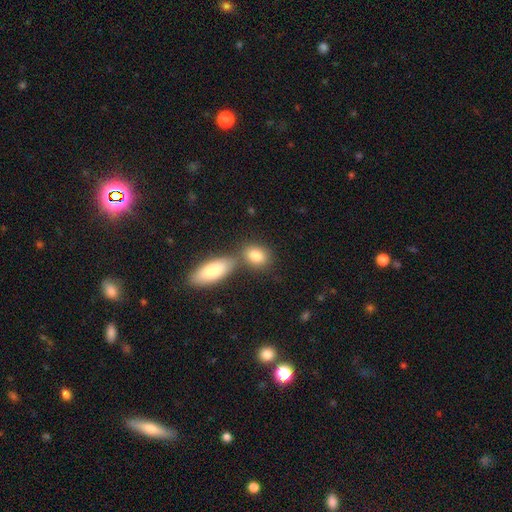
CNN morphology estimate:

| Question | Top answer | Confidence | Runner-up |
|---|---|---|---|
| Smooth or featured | smooth | 84% | featured or disk (9%) |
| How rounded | in between | 68% | round (28%) |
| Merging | none | 53% | merger (33%) |